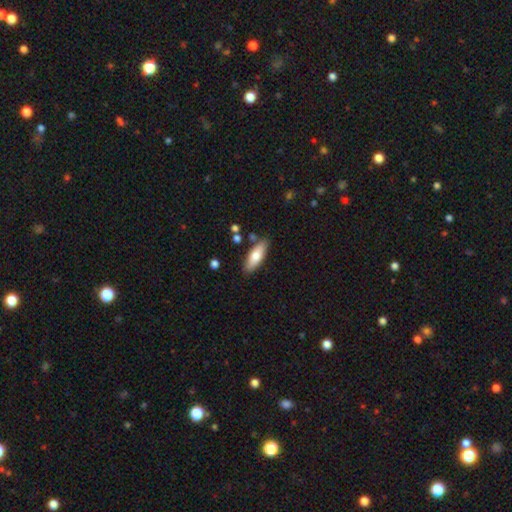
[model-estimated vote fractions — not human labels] This appears to be a smooth galaxy with no disk features (72%) that is in between round and cigar-shaped (64%). Merging: none (83%).